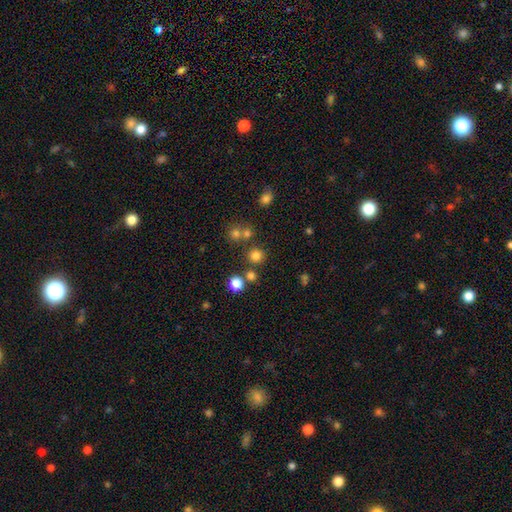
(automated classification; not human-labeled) A smooth galaxy with no disk features (76%) that is round (93%).

Vote fractions:
- Smooth or featured? smooth: 76% / star or artifact: 18% / featured or disk: 6%
- How rounded? round: 93% / in between: 6% / cigar-shaped: 1%
- Merging? none: 79% / merger: 12% / minor disturbance: 7% / major disturbance: 3%